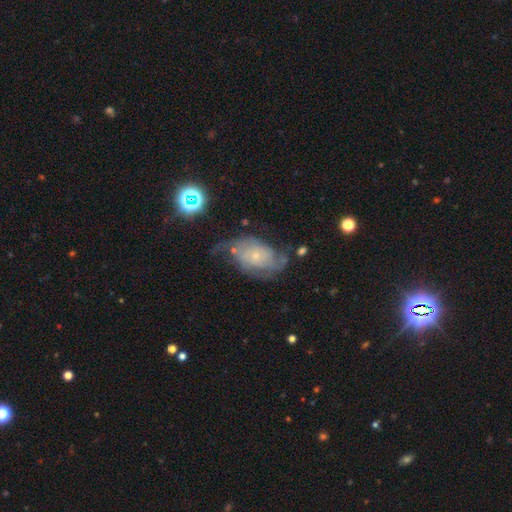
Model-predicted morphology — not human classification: Smooth or featured?
  - featured or disk: 73% *
  - smooth: 18%
  - star or artifact: 9%
Edge-on disk?
  - no: 96% *
  - yes: 4%
Bar?
  - no: 76% *
  - weak: 21%
  - strong: 4%
Spiral arms?
  - yes: 88% *
  - no: 12%
Spiral winding?
  - medium: 40% *
  - loose: 32%
  - tight: 28%
Spiral arm count?
  - 2: 56% *
  - can't tell: 24%
  - 3: 9%
  - 1: 5%
  - 4: 4%
  - more than 4: 3%
Bulge size?
  - small: 78% *
  - moderate: 14%
  - none: 5%
  - large: 2%
  - dominant: 1%
Merging?
  - none: 43% *
  - major disturbance: 27%
  - minor disturbance: 26%
  - merger: 4%